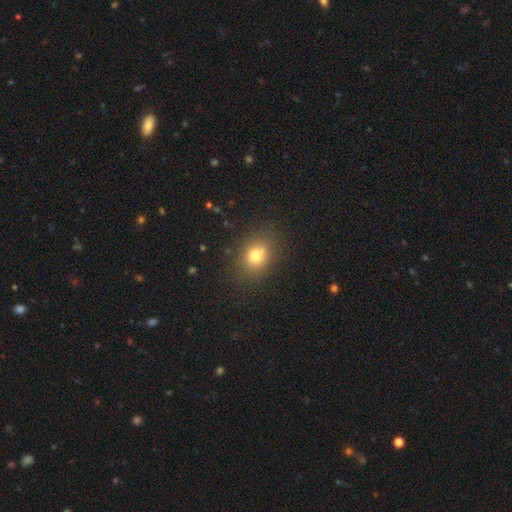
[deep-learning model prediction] Smooth or featured: smooth — 75% (star or artifact — 14%)
How rounded: in between — 49% (tied with round — 49%)
Merging: none — 80% (minor disturbance — 13%)